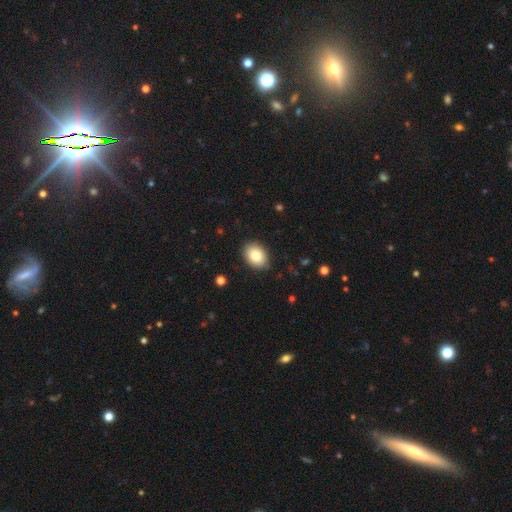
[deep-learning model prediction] Smooth or featured?
  - smooth: 84% *
  - featured or disk: 9%
  - star or artifact: 7%
How rounded?
  - in between: 77% *
  - round: 22%
  - cigar-shaped: 1%
Merging?
  - none: 87% *
  - minor disturbance: 10%
  - major disturbance: 2%
  - merger: 1%